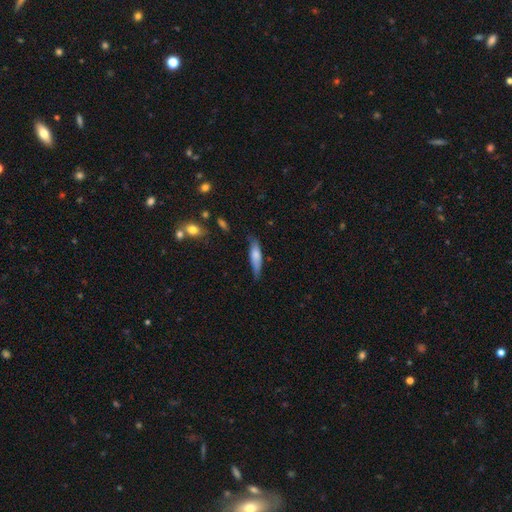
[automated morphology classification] This appears to be a smooth galaxy with no disk features (72%) that is cigar-shaped (66%). Merging: none (62%).